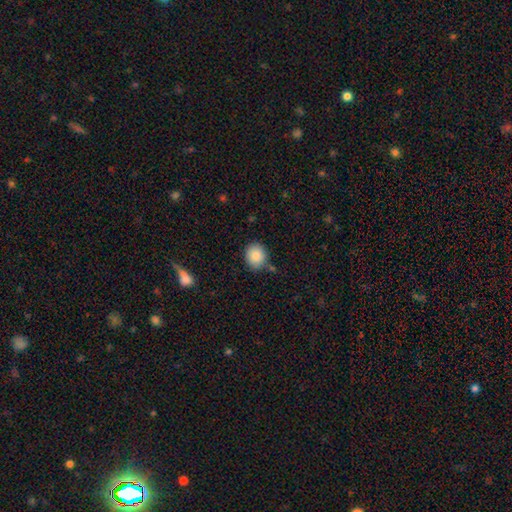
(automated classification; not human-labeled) Overall: smooth (87%). How rounded: round (73%). Merging: none (79%).